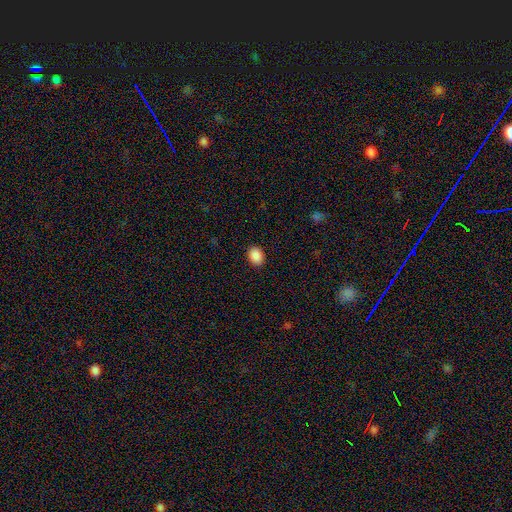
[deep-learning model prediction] A smooth galaxy with no disk features (89%) that is in between round and cigar-shaped (68%).

Vote fractions:
- Smooth or featured? smooth: 89% / star or artifact: 8% / featured or disk: 3%
- How rounded? in between: 68% / round: 31% / cigar-shaped: 1%
- Merging? none: 90% / minor disturbance: 7% / major disturbance: 2% / merger: 1%